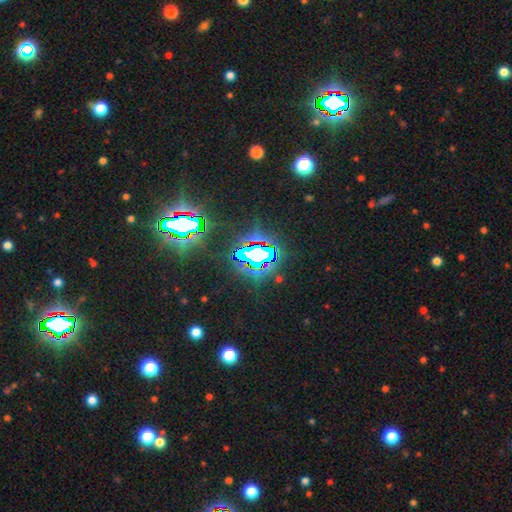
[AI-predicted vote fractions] smooth_or_featured: star or artifact (p=0.75) [alt: smooth p=0.14]